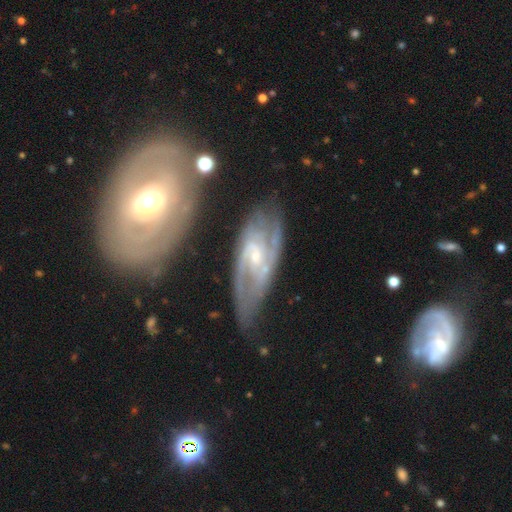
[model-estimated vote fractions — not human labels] Smooth or featured: featured or disk — 87% (smooth — 8%)
Edge-on disk: no — 92% (yes — 8%)
Bar: weak — 48% (no — 36%)
Spiral arms: yes — 95% (no — 5%)
Spiral winding: medium — 44% (tight — 42%)
Spiral arm count: 2 — 48% (can't tell — 24%)
Bulge size: small — 66% (moderate — 27%)
Merging: none — 68% (minor disturbance — 19%)